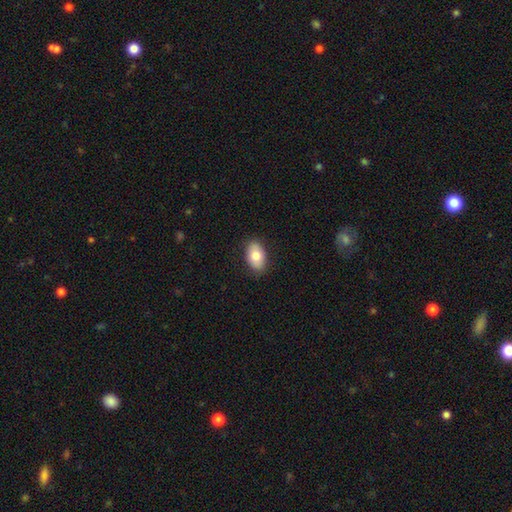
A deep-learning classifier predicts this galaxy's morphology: Overall: smooth (79%). How rounded: in between (90%). Merging: none (87%).